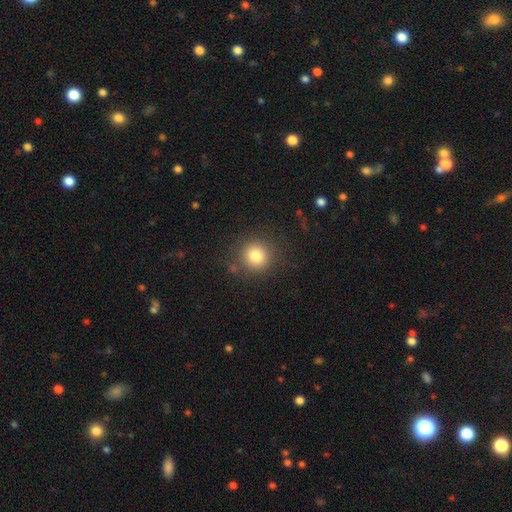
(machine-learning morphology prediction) A smooth galaxy with no disk features (81%) that is round (92%). Merging: none (86%).